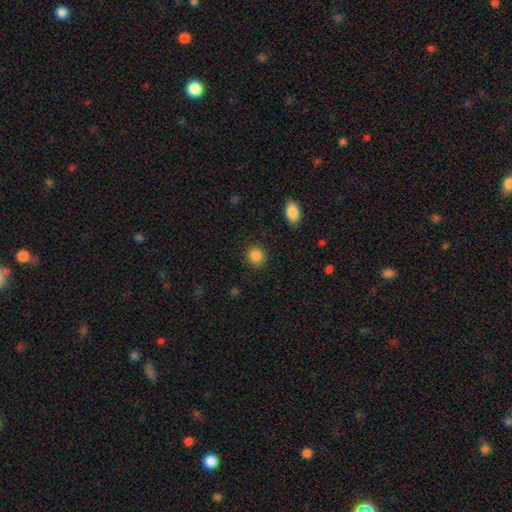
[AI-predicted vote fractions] Smooth or featured?
  - smooth: 87% *
  - star or artifact: 9%
  - featured or disk: 3%
How rounded?
  - round: 82% *
  - in between: 17%
  - cigar-shaped: 1%
Merging?
  - none: 90% *
  - minor disturbance: 7%
  - major disturbance: 2%
  - merger: 1%